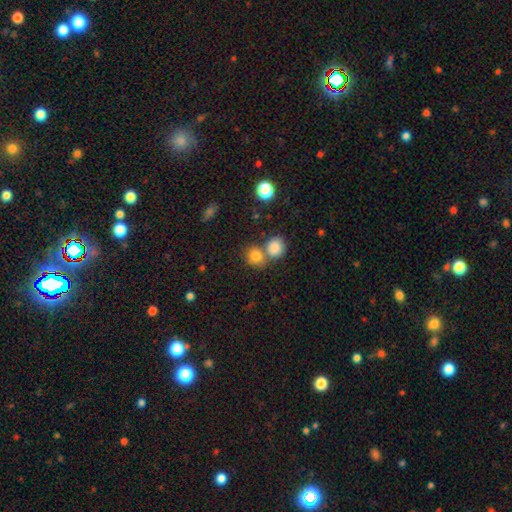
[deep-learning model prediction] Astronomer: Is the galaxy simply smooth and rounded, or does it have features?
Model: smooth — 80%.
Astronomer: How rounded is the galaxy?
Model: round — 75%.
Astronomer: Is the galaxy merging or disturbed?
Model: none — 48% (runner-up: merger, 41%).